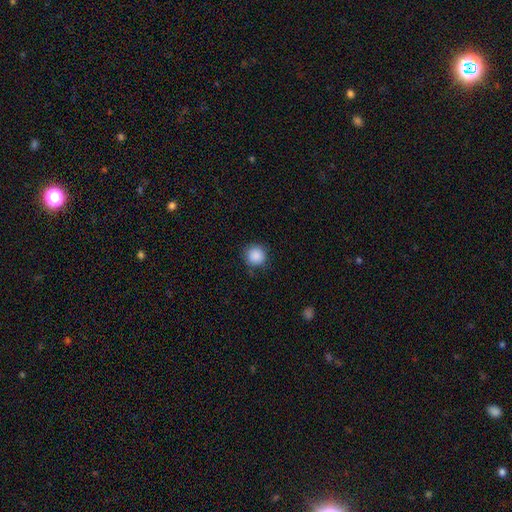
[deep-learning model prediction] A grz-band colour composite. It shows a smooth galaxy with no disk features (88%) that is round (94%). Merging: none (86%).